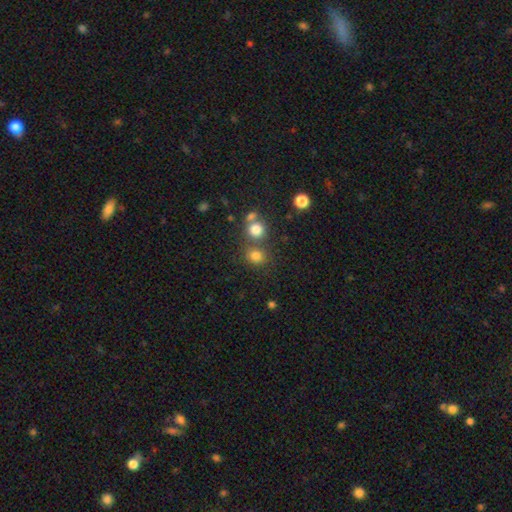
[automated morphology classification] The model was most divided on "merging": none: 63%, merger: 24%, minor disturbance: 9%, major disturbance: 4%. More confident: how rounded — round (80%); smooth or featured — smooth (78%).